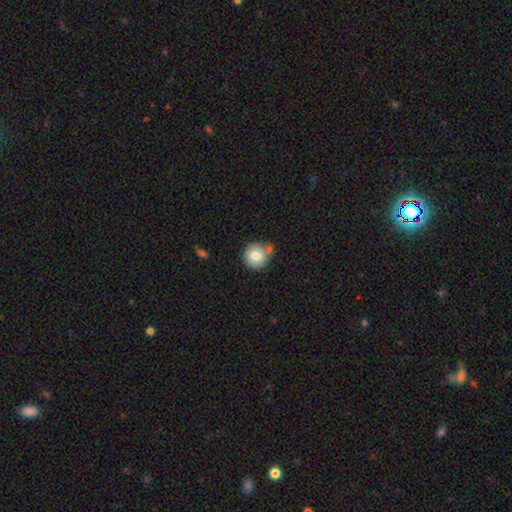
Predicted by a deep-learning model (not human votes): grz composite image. It shows a smooth galaxy with no disk features (82%) that is round (92%). Merging: none (64%).